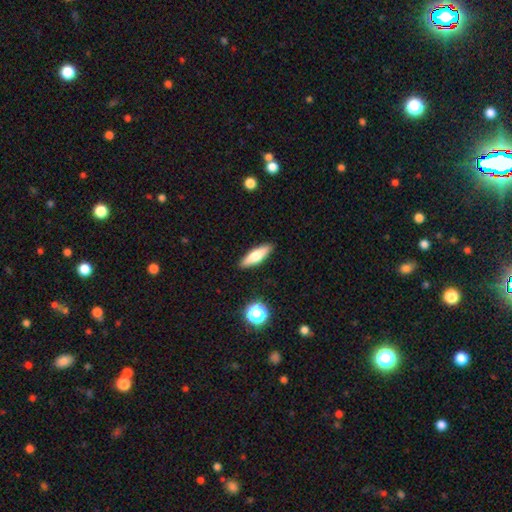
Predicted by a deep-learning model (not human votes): Overall: smooth (66%; featured or disk 27%). How rounded: cigar-shaped (57%; in between 41%). Merging: none (89%).